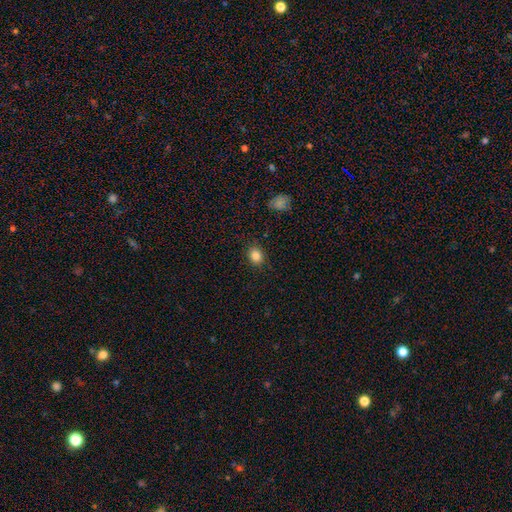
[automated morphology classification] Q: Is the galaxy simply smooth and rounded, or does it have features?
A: smooth — 84%.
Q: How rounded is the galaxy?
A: round — 64%.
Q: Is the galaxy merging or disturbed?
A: none — 87%.